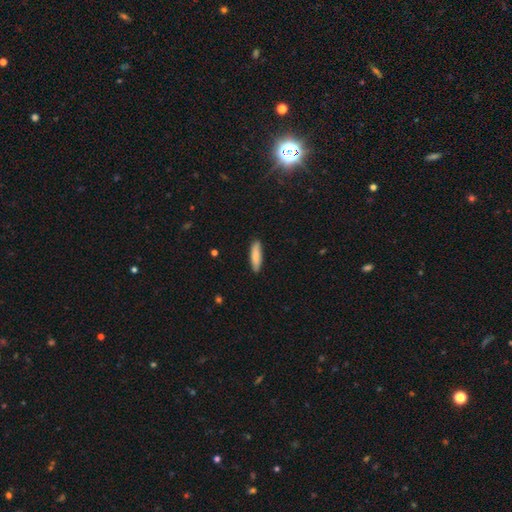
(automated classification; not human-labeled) A smooth galaxy with no disk features (84%) that is cigar-shaped (69%).

Vote fractions:
- Smooth or featured? smooth: 84% / featured or disk: 11% / star or artifact: 5%
- How rounded? cigar-shaped: 69% / in between: 29% / round: 1%
- Merging? none: 89% / minor disturbance: 9% / major disturbance: 2% / merger: 1%